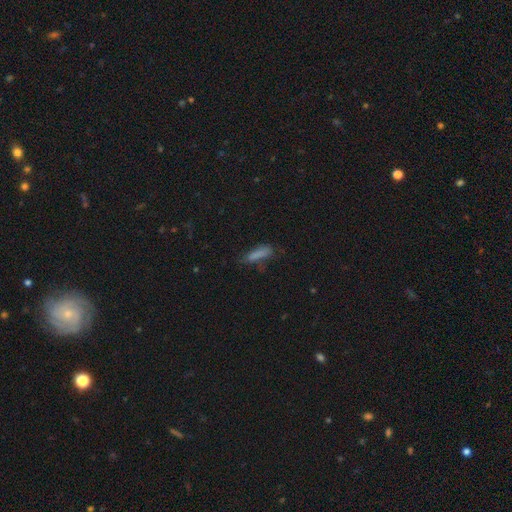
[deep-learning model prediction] Morphology: type=smooth (75%); roundness=cigar-shaped (73%); merging=none (63%).